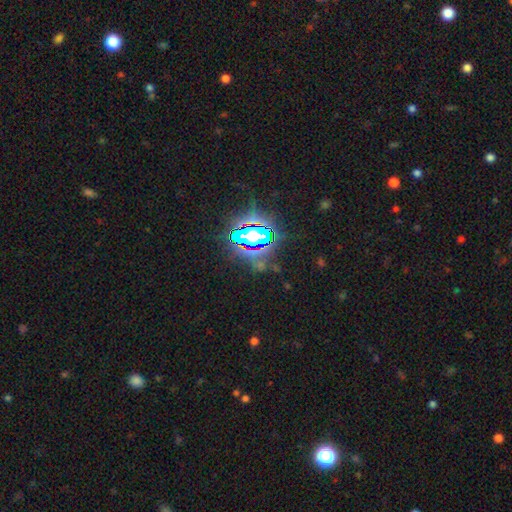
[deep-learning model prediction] Smooth or featured? star or artifact (77%)